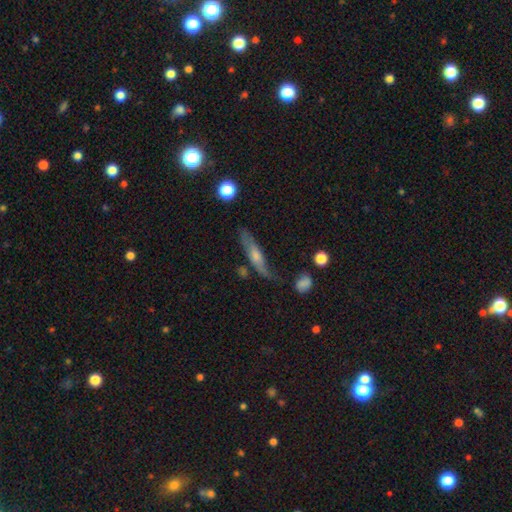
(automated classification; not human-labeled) The model was most divided on "smooth or featured": featured or disk: 54%, smooth: 37%, star or artifact: 8%. More confident: edge-on disk — yes (71%); merging — none (60%).